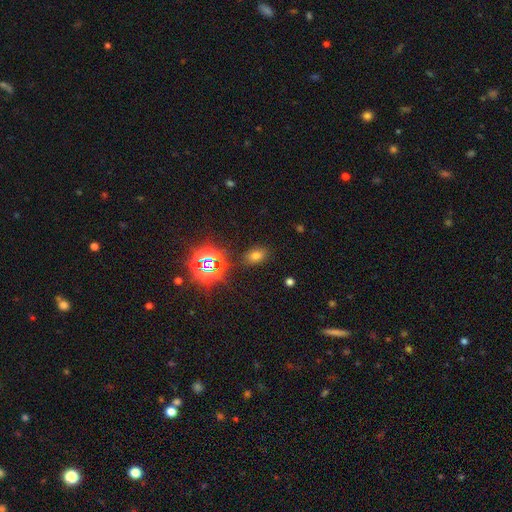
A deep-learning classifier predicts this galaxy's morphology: Q: Smooth or featured?
A: smooth (62%); runner-up: star or artifact (30%)
Q: How rounded?
A: in between (79%); runner-up: round (19%)
Q: Merging?
A: none (83%); runner-up: minor disturbance (11%)